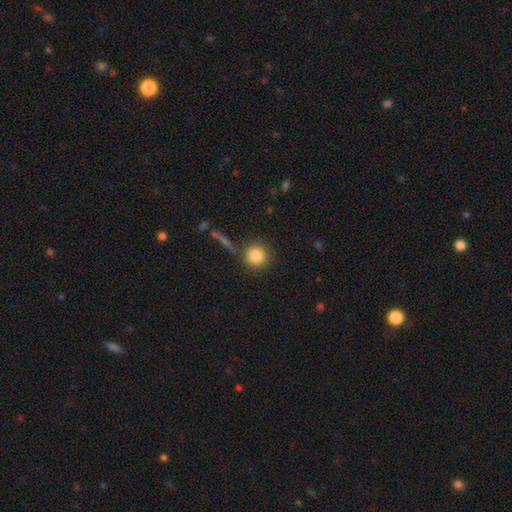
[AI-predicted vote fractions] smooth-or-featured: smooth: 84% | star or artifact: 9% | featured or disk: 6%
  how-rounded: round: 93% | in between: 6% | cigar-shaped: 1%
  merging: none: 82% | minor disturbance: 8% | merger: 7% | major disturbance: 4%